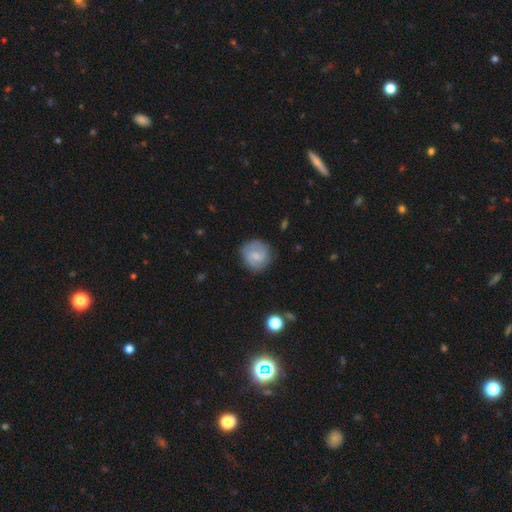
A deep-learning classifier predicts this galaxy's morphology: smooth-or-featured: smooth: 50% | featured or disk: 43% | star or artifact: 7%
  how-rounded: round: 87% | in between: 12% | cigar-shaped: 1%
  merging: none: 79% | minor disturbance: 15% | major disturbance: 5% | merger: 1%